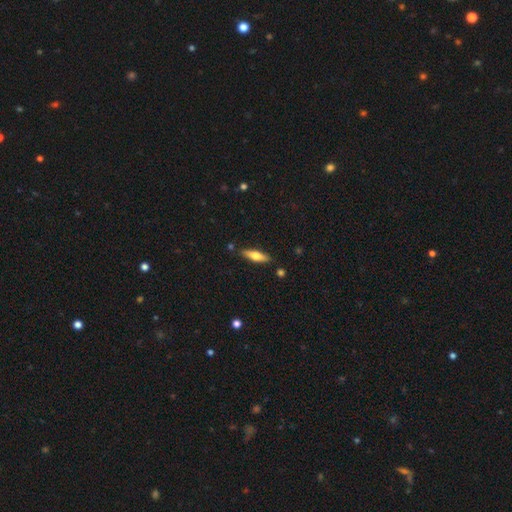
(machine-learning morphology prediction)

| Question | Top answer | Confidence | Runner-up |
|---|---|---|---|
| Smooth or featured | smooth | 56% | featured or disk (38%) |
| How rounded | cigar-shaped | 62% | in between (36%) |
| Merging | none | 86% | minor disturbance (10%) |